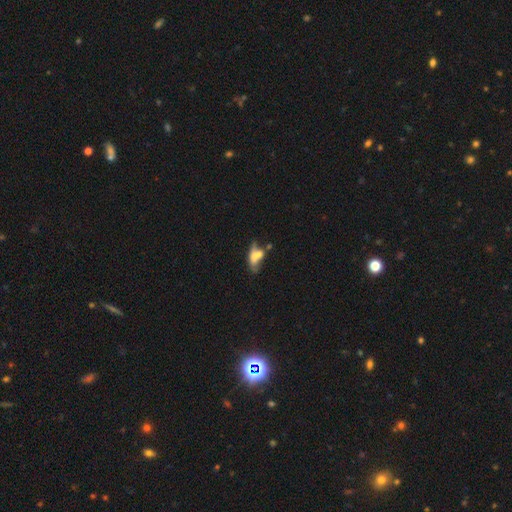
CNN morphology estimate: This appears to be a smooth galaxy with no disk features (48%). Merging: merger (42%).